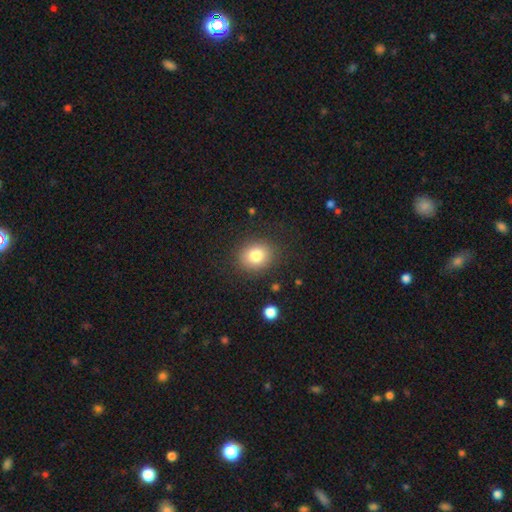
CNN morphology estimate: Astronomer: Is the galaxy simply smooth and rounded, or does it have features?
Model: smooth — 81%.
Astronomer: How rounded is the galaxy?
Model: round — 65%.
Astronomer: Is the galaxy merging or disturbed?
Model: none — 85%.